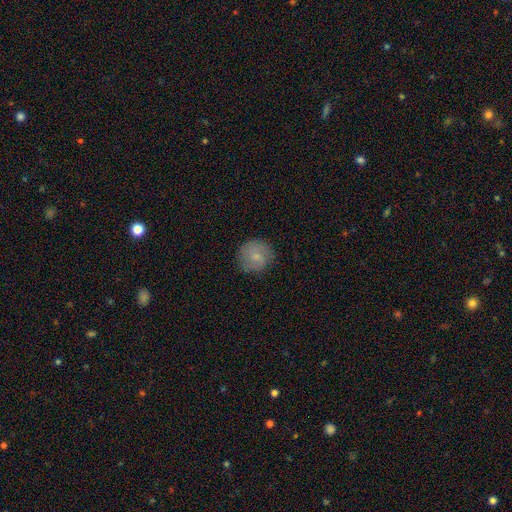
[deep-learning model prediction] This appears to be a smooth galaxy with no disk features (71%) that is round (91%). Merging: none (81%).